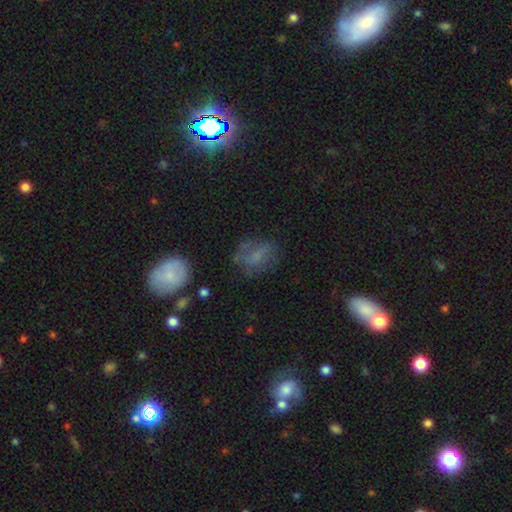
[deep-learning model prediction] A smooth galaxy with no disk features (54%) that is in between round and cigar-shaped (59%). Merging: none (58%).